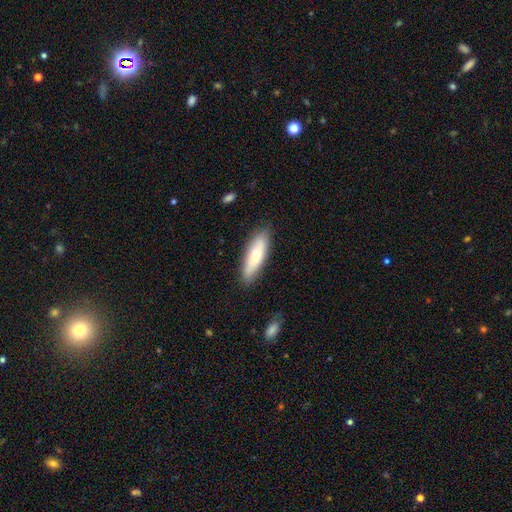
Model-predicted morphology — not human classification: A smooth galaxy with no disk features (70%) that is cigar-shaped (57%).

Vote fractions:
- Smooth or featured? smooth: 70% / featured or disk: 24% / star or artifact: 6%
- How rounded? cigar-shaped: 57% / in between: 41% / round: 2%
- Merging? none: 84% / minor disturbance: 12% / major disturbance: 2% / merger: 2%